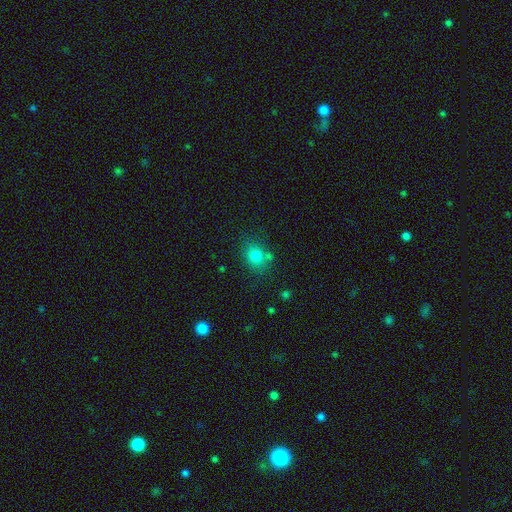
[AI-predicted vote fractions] Smooth or featured? Predicted: smooth (p=0.78). How rounded? Predicted: round (p=0.55). Merging? Predicted: none (p=0.71).